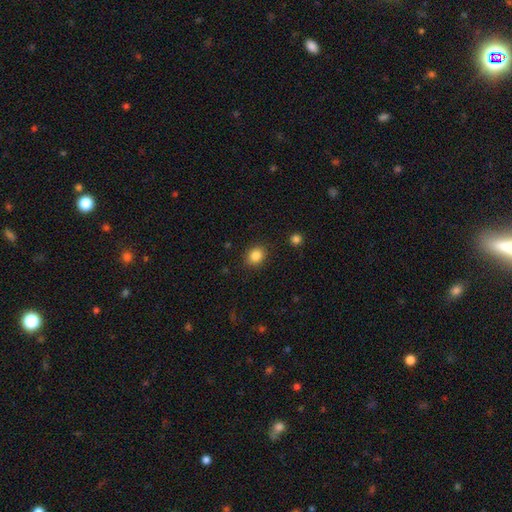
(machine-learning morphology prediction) smooth 85%, star or artifact 10%, featured or disk 5%. Down the decision tree: how rounded — round (60%); merging — none (87%).